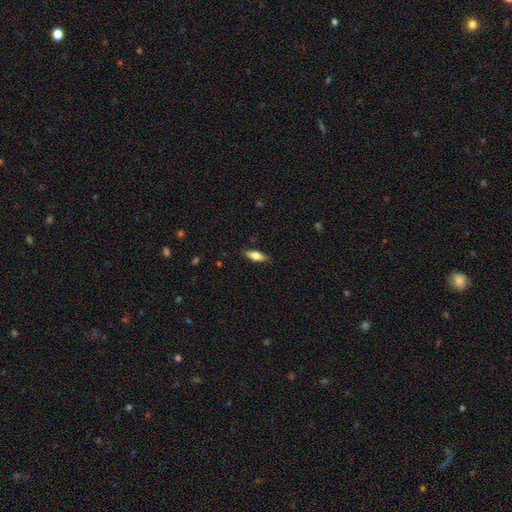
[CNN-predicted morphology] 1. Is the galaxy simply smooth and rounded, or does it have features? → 69% smooth, 25% featured or disk, 6% star or artifact.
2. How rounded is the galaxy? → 62% in between, 35% cigar-shaped, 2% round.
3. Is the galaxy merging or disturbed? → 86% none, 11% minor disturbance, 2% major disturbance, 1% merger.